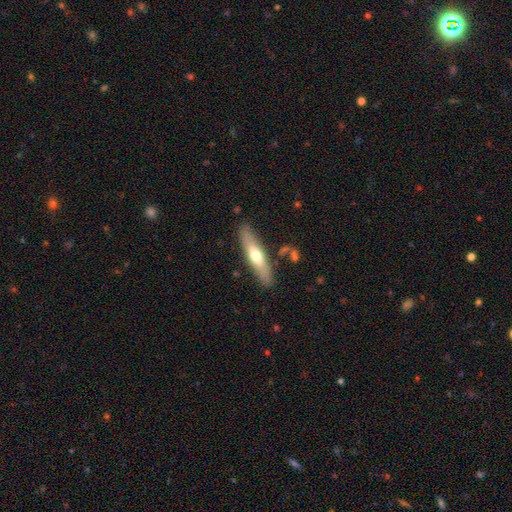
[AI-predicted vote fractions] smooth 55%, featured or disk 40%, star or artifact 5%. Down the decision tree: how rounded — cigar-shaped (76%); merging — none (84%).